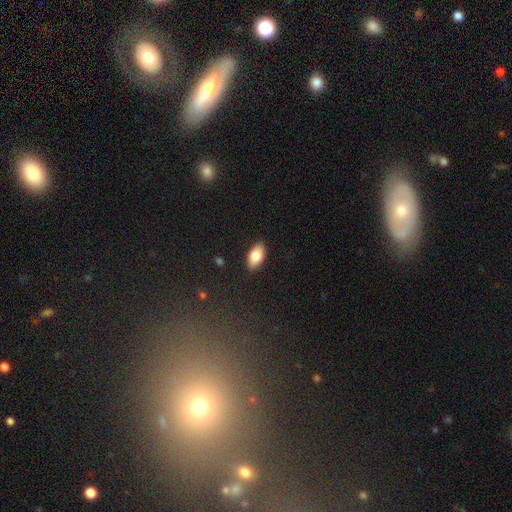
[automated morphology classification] Smooth or featured? Predicted: smooth (p=0.83). How rounded? Predicted: in between (p=0.93). Merging? Predicted: none (p=0.89).